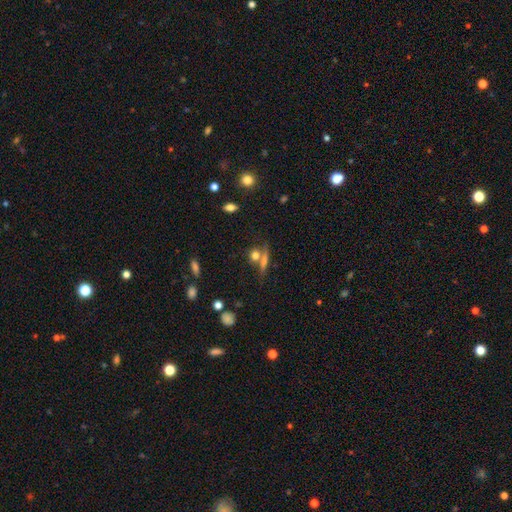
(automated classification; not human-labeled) The model was most divided on "merging": none: 57%, merger: 27%, minor disturbance: 10%, major disturbance: 5%. More confident: smooth or featured — smooth (66%); how rounded — round (58%).